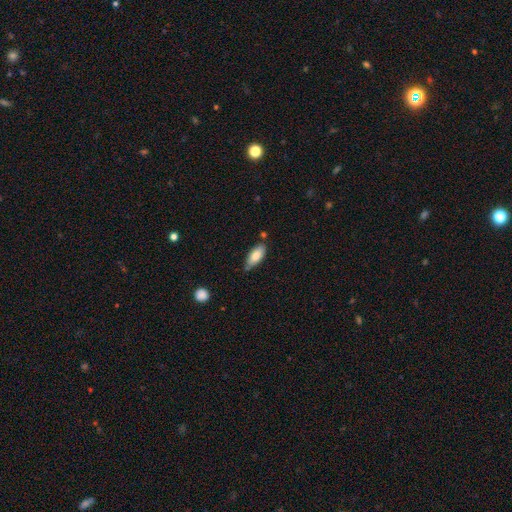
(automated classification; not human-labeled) This appears to be a smooth galaxy with no disk features (82%) that is in between round and cigar-shaped (82%). Merging: none (68%).